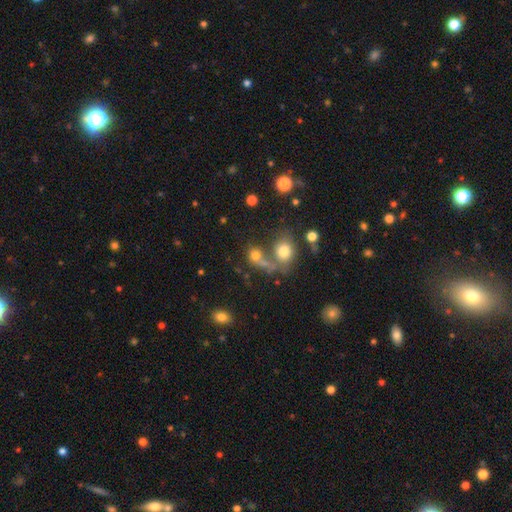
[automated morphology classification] Overall: smooth (68%). How rounded: round (67%; in between 31%). Merging: merger (44%; none 34%).